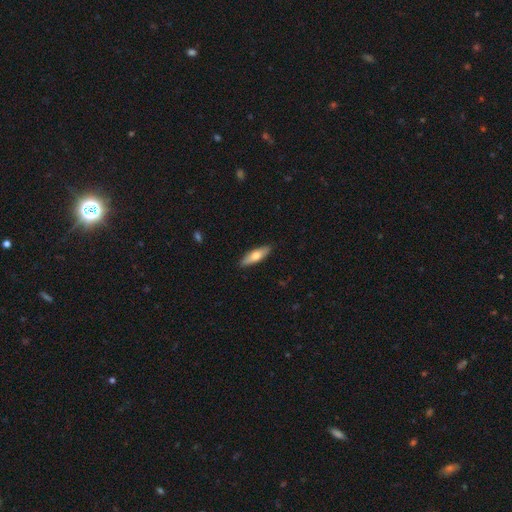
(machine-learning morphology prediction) smooth 66%, featured or disk 28%, star or artifact 5%. Down the decision tree: how rounded — cigar-shaped (52%); merging — none (89%).